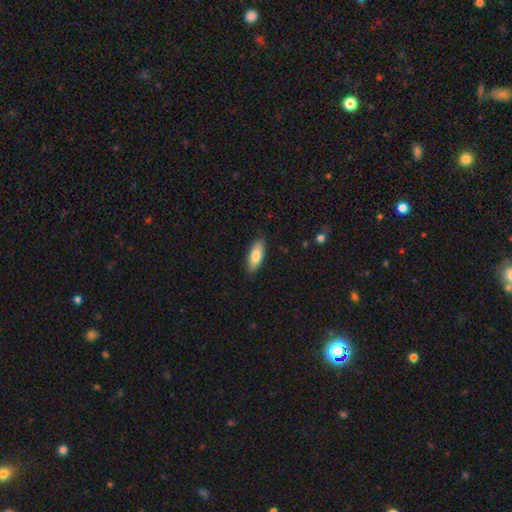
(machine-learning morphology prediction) This appears to be a smooth galaxy with no disk features (80%) that is in between round and cigar-shaped (76%). Merging: none (88%).